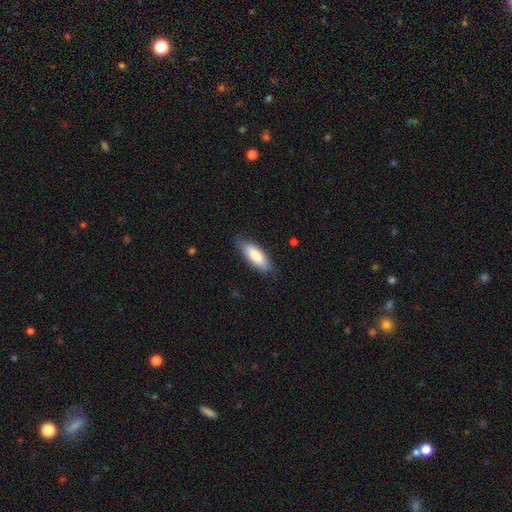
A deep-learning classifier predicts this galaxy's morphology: type=smooth (84%); roundness=in between (68%); merging=none (81%).